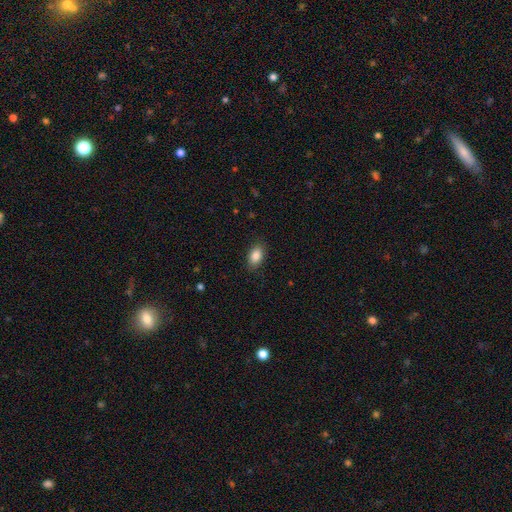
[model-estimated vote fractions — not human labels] Smooth or featured? Predicted: smooth (p=0.86). How rounded? Predicted: in between (p=0.90). Merging? Predicted: none (p=0.87).